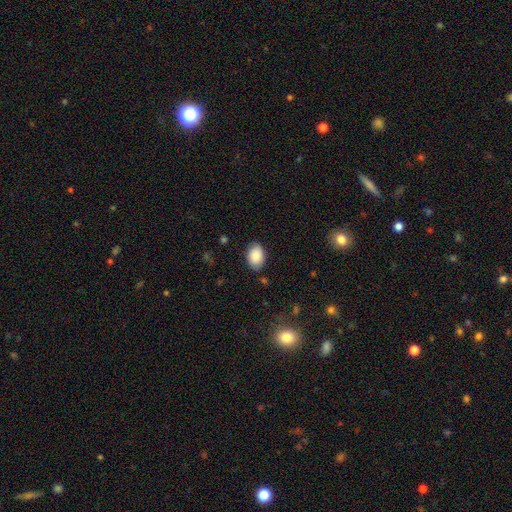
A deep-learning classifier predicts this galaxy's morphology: This is clearly a smooth galaxy (87%). How rounded: clearly in between (85%). Merging: clearly none (82%).